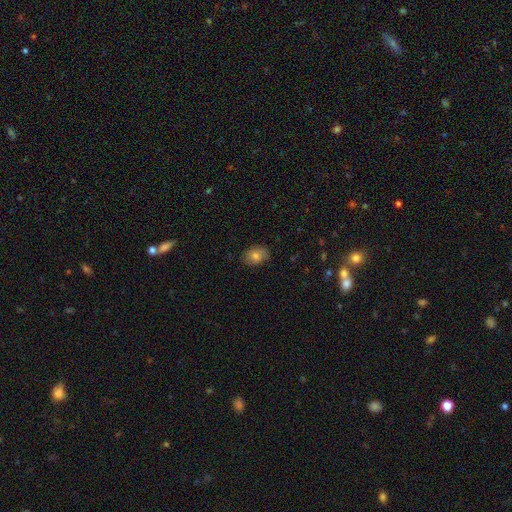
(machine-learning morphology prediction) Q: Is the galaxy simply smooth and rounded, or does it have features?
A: smooth — 80%.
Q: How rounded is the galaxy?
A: in between — 74%.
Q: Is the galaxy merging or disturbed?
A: none — 82%.